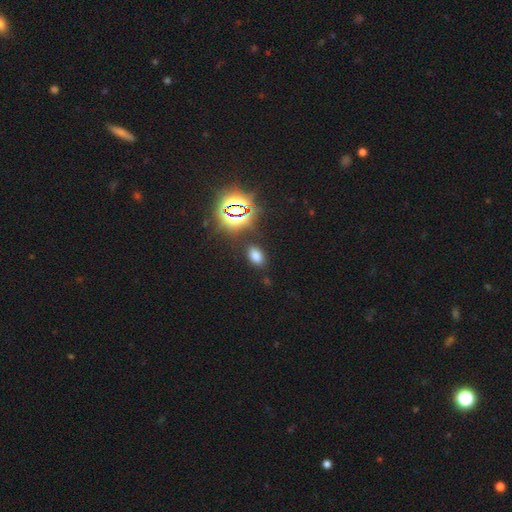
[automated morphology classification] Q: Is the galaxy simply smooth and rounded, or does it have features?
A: smooth — 67%.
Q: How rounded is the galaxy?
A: in between — 87%.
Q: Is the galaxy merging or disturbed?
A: none — 84%.